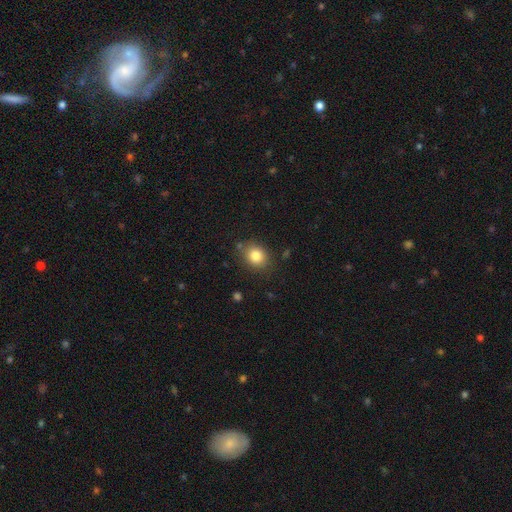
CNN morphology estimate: Overall: smooth (83%). How rounded: round (64%; in between 35%). Merging: none (81%).